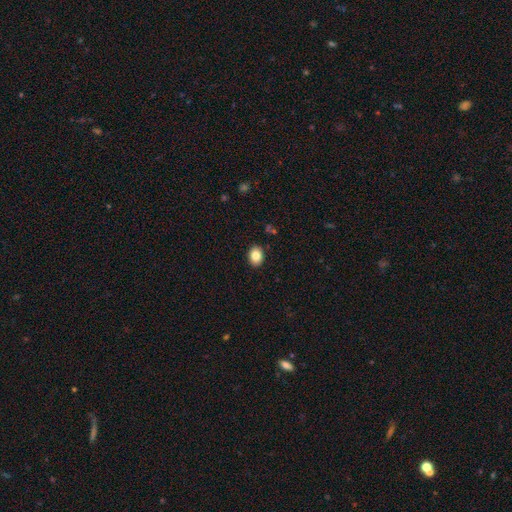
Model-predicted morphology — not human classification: Smooth or featured? Predicted: smooth (p=0.84). How rounded? Predicted: in between (p=0.62). Merging? Predicted: none (p=0.90).